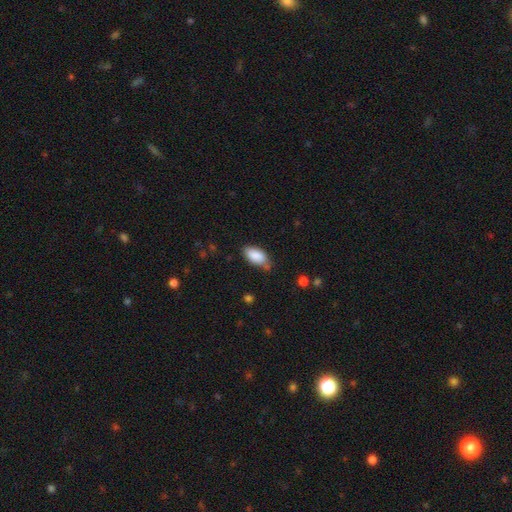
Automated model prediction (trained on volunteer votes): smooth_or_featured: smooth (p=0.87) [alt: star or artifact p=0.07]
how_rounded: in between (p=0.93) [alt: cigar-shaped p=0.04]
merging: none (p=0.66) [alt: minor disturbance p=0.26]